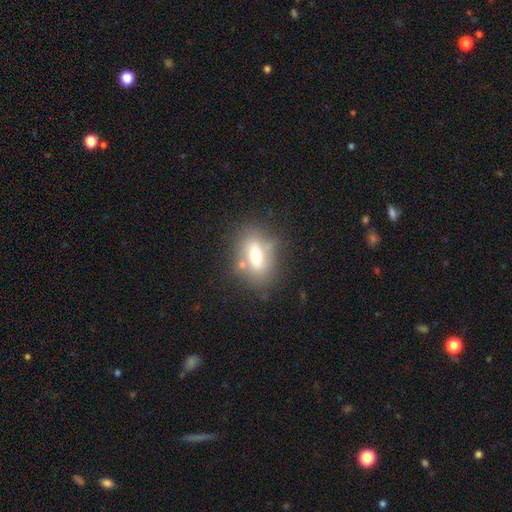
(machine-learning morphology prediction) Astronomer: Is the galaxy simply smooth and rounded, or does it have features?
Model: smooth — 62%.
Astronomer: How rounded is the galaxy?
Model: in between — 77%.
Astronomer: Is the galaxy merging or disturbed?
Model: none — 70%.